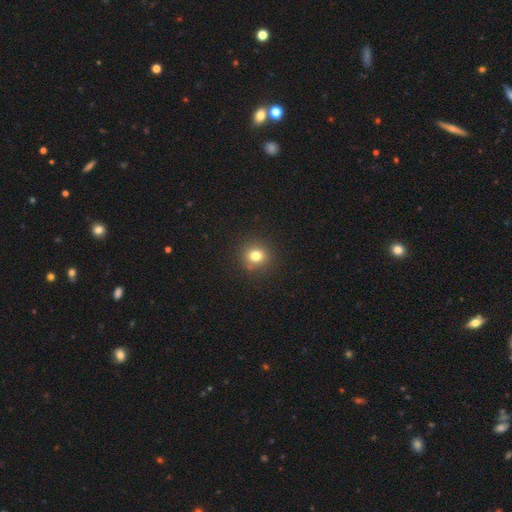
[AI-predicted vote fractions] Smooth or featured? smooth (77%)
How rounded? round (86%)
Merging? none (88%)